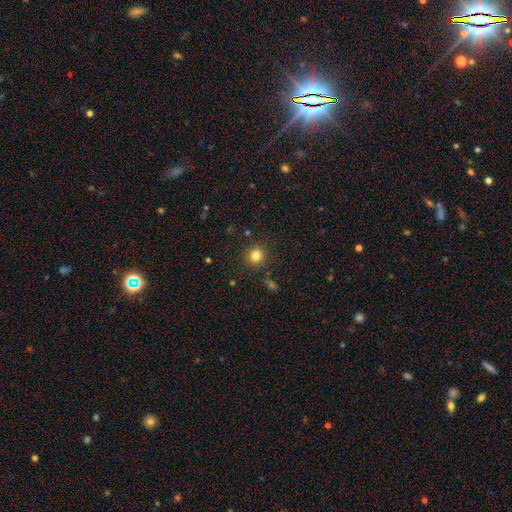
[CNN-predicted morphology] Smooth or featured? smooth (82%)
How rounded? round (91%)
Merging? none (87%)